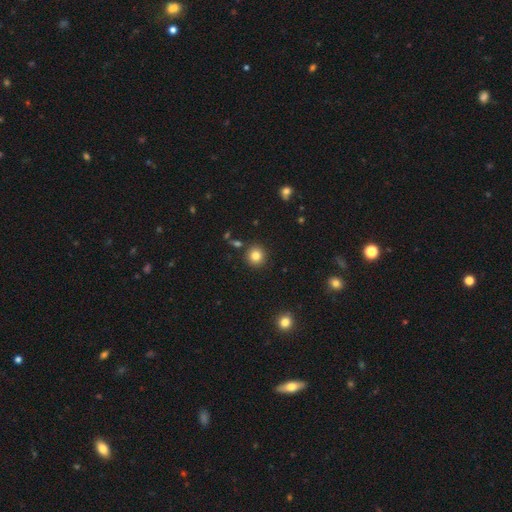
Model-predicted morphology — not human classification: type=smooth (82%); roundness=round (92%); merging=none (89%).